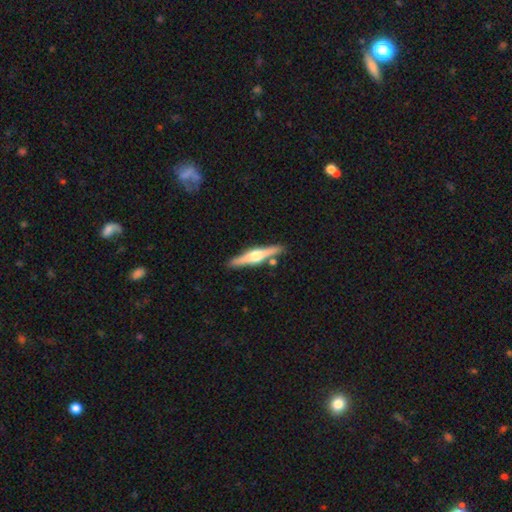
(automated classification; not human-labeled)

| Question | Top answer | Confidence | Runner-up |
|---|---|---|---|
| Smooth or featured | featured or disk | 71% | smooth (24%) |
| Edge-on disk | yes | 97% | no (3%) |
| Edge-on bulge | rounded | 93% | boxy (4%) |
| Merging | none | 84% | minor disturbance (9%) |